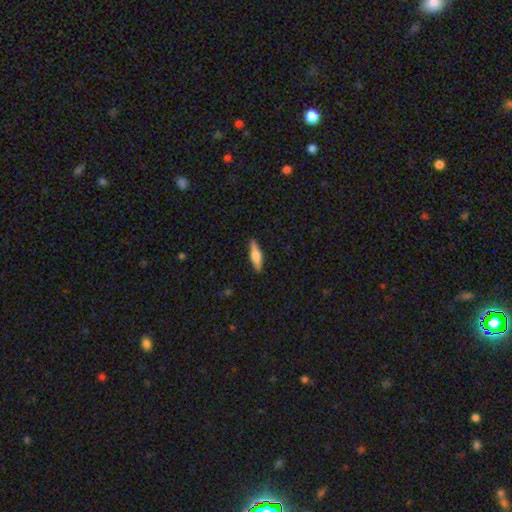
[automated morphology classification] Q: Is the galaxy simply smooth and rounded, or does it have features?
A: featured or disk — 50%.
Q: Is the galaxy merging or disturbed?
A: none — 89%.